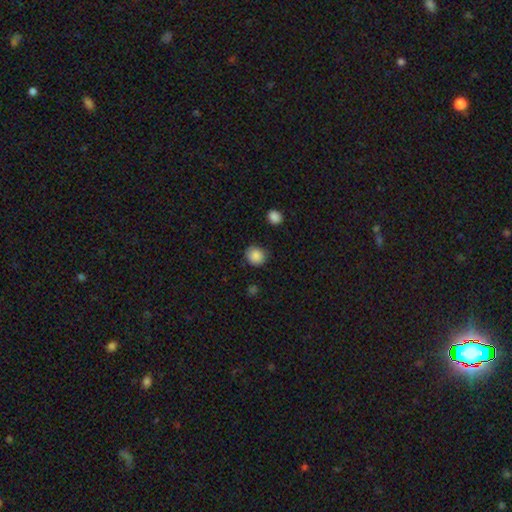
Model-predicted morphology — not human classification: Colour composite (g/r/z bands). It shows a smooth galaxy with no disk features (87%) that is round (84%). Merging: none (81%).